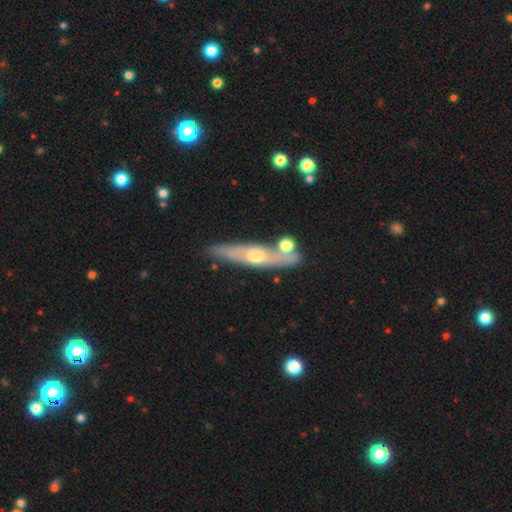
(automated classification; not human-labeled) Smooth or featured: featured or disk — 62% (smooth — 32%)
Edge-on disk: yes — 75% (no — 25%)
Merging: none — 73% (minor disturbance — 13%)